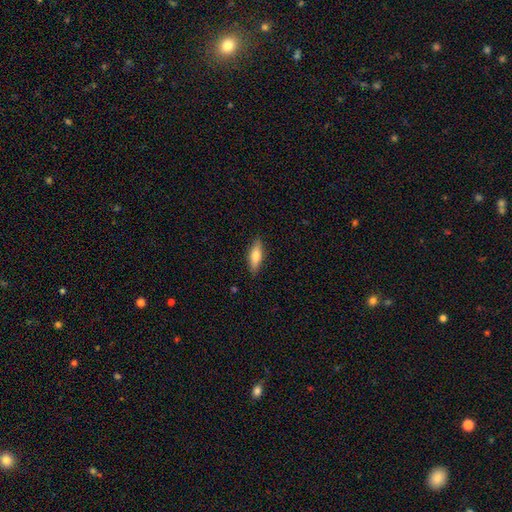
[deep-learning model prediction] Q: Smooth or featured?
A: smooth (70%); runner-up: featured or disk (24%)
Q: How rounded?
A: in between (52%); runner-up: cigar-shaped (46%)
Q: Merging?
A: none (87%); runner-up: minor disturbance (10%)